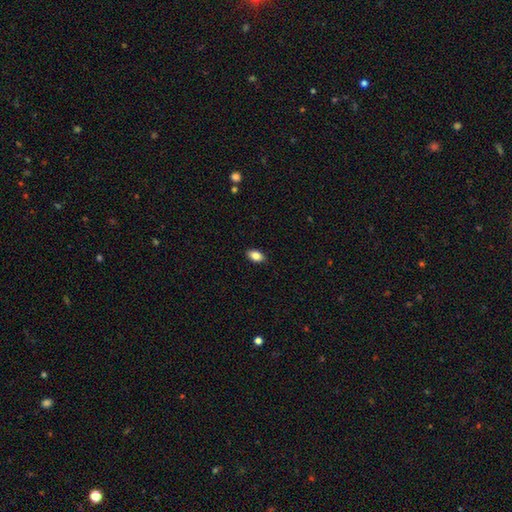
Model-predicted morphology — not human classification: Smooth or featured? smooth (85%)
How rounded? in between (90%)
Merging? none (89%)